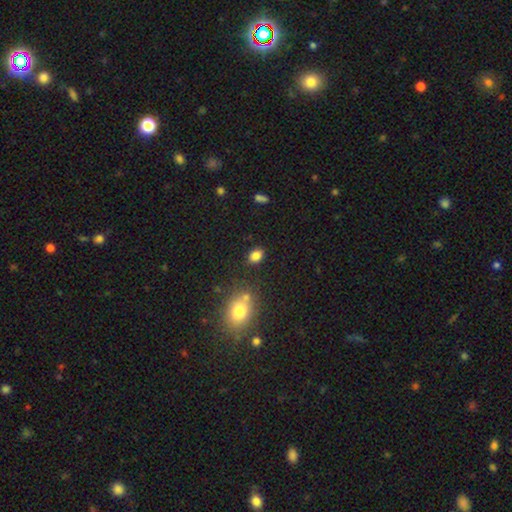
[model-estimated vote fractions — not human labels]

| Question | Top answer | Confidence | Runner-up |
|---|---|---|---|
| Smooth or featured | smooth | 84% | star or artifact (11%) |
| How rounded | in between | 72% | round (26%) |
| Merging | none | 81% | minor disturbance (11%) |